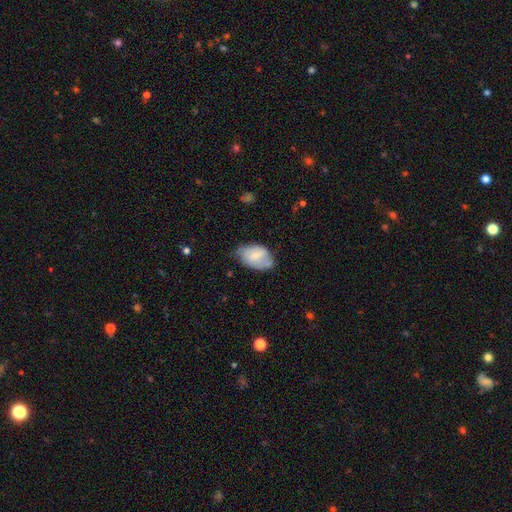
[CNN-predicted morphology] type=smooth (62%); roundness=in between (90%); merging=none (51%).